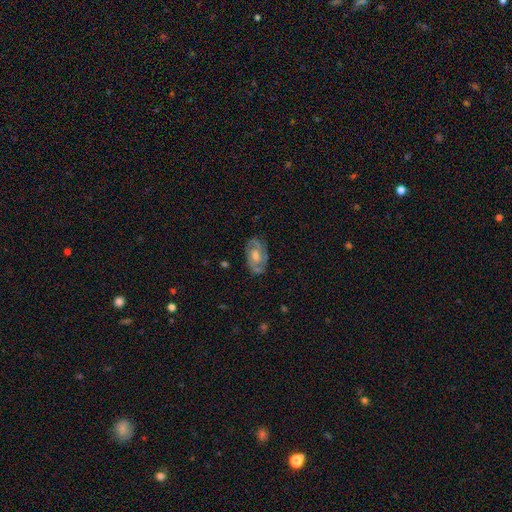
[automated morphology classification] smooth_or_featured: featured or disk (p=0.80) [alt: smooth p=0.13]
disk_edge_on: no (p=0.95) [alt: yes p=0.05]
bar: no (p=0.53) [alt: weak p=0.37]
has_spiral_arms: yes (p=0.89) [alt: no p=0.11]
spiral_winding: tight (p=0.55) [alt: medium p=0.37]
spiral_arm_count: 2 (p=0.73) [alt: can't tell p=0.14]
bulge_size: moderate (p=0.64) [alt: small p=0.25]
merging: none (p=0.81) [alt: minor disturbance p=0.13]